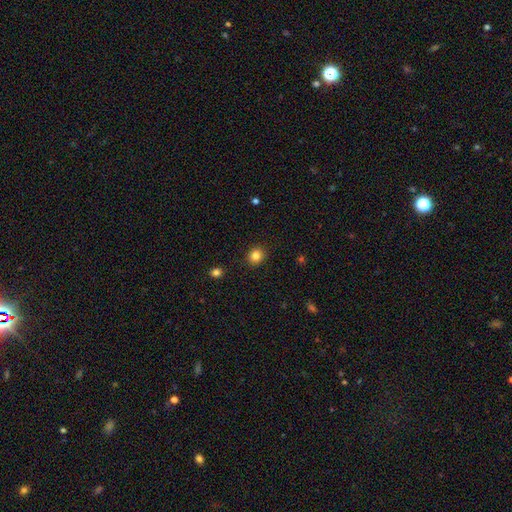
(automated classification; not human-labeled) This appears to be a smooth galaxy with no disk features (84%) that is round (82%). Merging: none (91%).